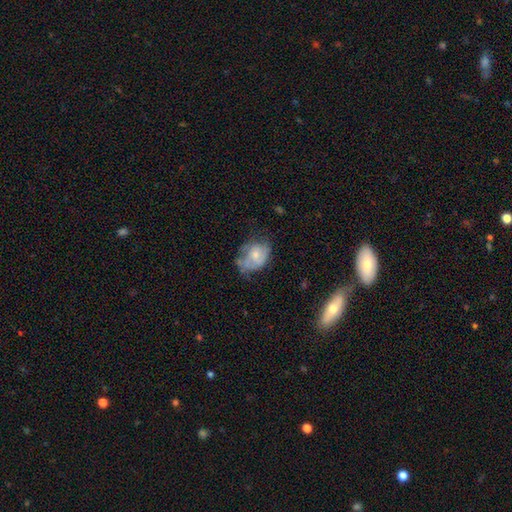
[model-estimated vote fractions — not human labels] This appears to be a smooth galaxy with no disk features (49%). Merging: none (39%).